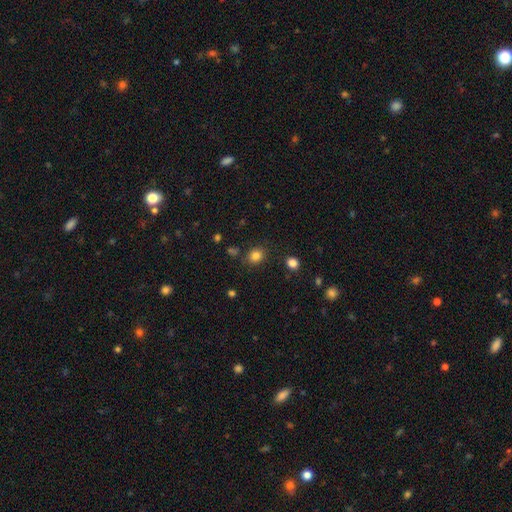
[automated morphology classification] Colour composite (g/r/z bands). It shows a smooth galaxy with no disk features (82%) that is round (63%). Merging: none (82%).